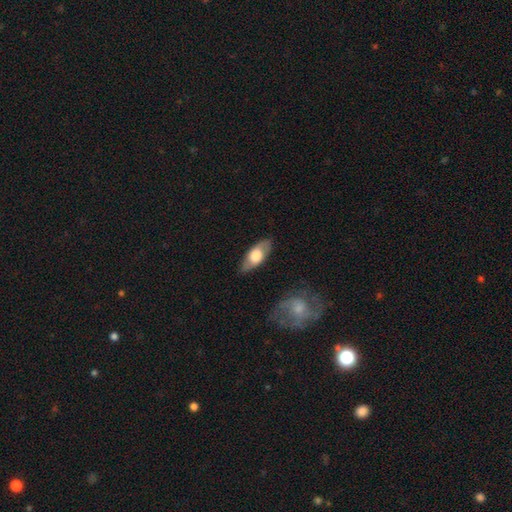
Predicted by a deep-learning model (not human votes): smooth 54%, featured or disk 40%, star or artifact 5%. Down the decision tree: how rounded — in between (79%); merging — none (81%).